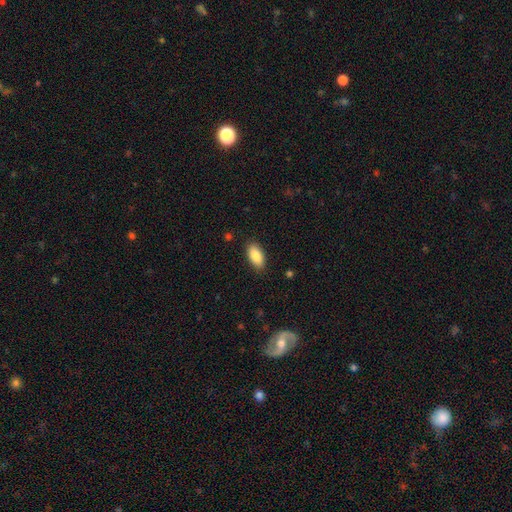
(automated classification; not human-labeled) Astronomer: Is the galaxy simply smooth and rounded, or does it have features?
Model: smooth — 88%.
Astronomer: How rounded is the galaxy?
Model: in between — 93%.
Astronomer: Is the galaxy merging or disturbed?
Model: none — 87%.